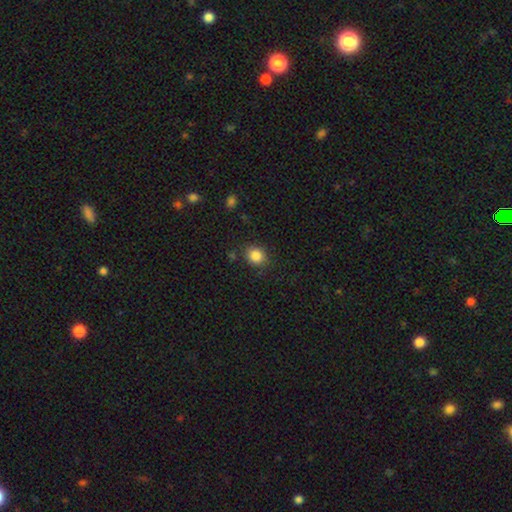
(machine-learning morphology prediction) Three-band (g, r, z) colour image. It shows a smooth galaxy with no disk features (85%) that is round (69%). Merging: none (84%).